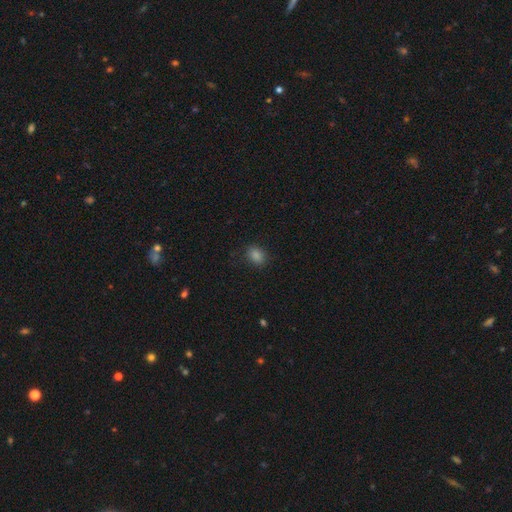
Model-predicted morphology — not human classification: This is clearly a smooth galaxy (82%). How rounded: likely in between (67%). Merging: clearly none (85%).